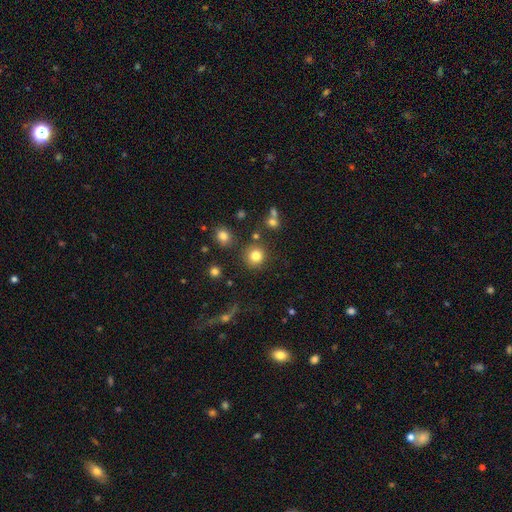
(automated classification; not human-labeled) The model was most divided on "smooth or featured": smooth: 81%, star or artifact: 13%, featured or disk: 6%. More confident: how rounded — round (92%); merging — none (84%).